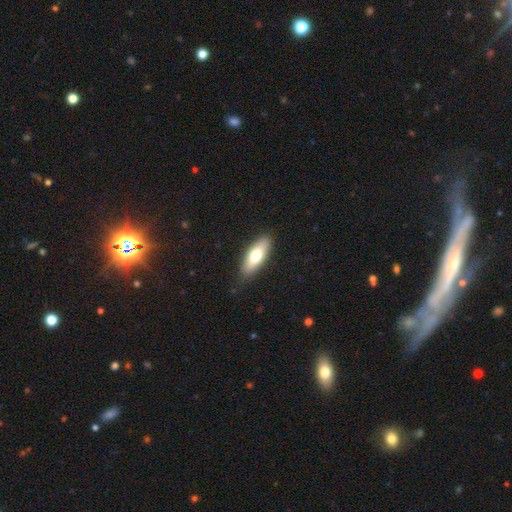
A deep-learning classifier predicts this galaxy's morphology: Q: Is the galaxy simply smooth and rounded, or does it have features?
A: smooth — 69%.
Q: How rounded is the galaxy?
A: in between — 66%.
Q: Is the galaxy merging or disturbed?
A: none — 86%.